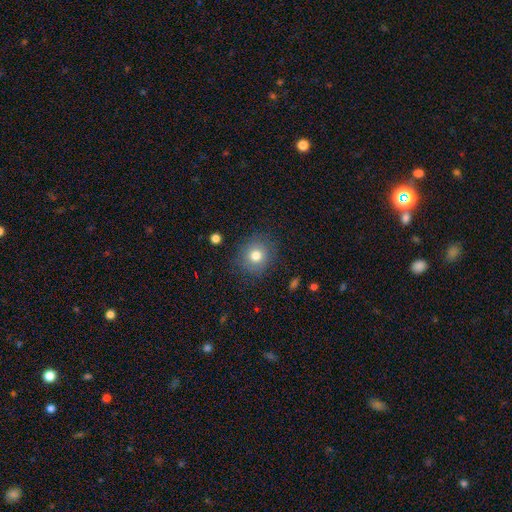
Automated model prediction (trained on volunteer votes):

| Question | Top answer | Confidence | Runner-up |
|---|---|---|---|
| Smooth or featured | smooth | 77% | star or artifact (12%) |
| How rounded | round | 86% | in between (13%) |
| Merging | none | 86% | minor disturbance (9%) |